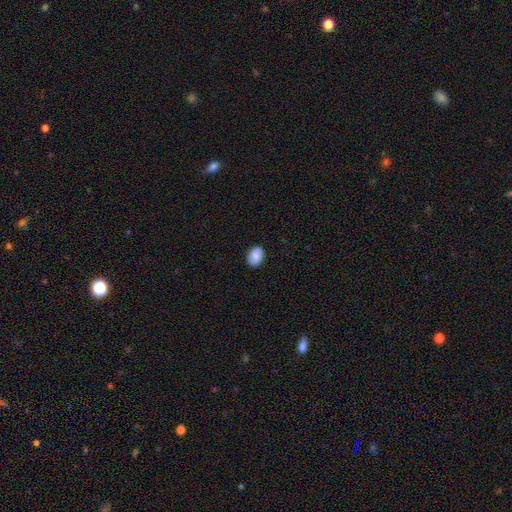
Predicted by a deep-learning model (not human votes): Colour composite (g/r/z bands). It shows a smooth galaxy with no disk features (83%) that is in between round and cigar-shaped (78%). Merging: none (85%).